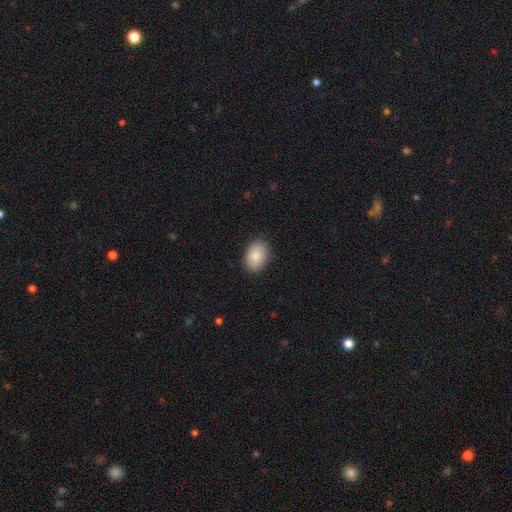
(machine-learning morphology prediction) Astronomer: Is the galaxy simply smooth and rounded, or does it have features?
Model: smooth — 87%.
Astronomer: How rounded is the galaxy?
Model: in between — 85%.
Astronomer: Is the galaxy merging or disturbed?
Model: none — 87%.